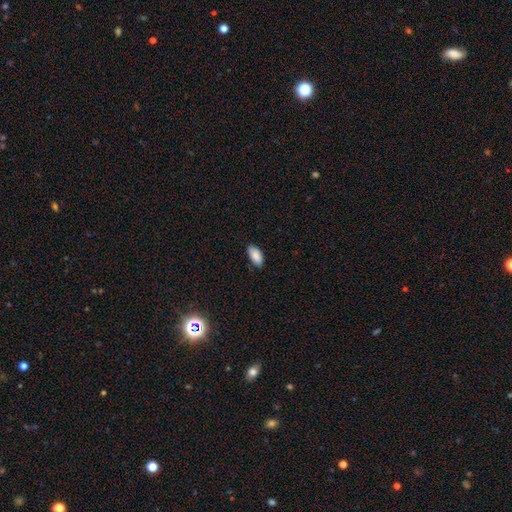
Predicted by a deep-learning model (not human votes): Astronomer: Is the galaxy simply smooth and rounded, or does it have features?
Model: smooth — 87%.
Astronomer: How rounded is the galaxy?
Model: in between — 92%.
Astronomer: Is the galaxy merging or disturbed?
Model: none — 81%.